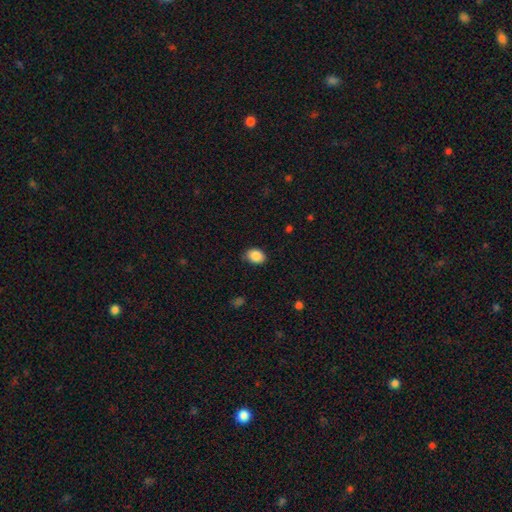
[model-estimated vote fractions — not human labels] Overall: smooth (88%). How rounded: in between (70%). Merging: none (76%).